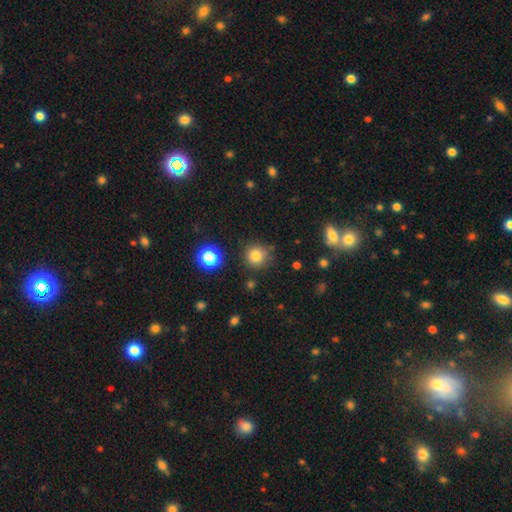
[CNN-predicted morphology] The model was most divided on "smooth or featured": smooth: 81%, star or artifact: 13%, featured or disk: 6%. More confident: how rounded — round (93%); merging — none (81%).